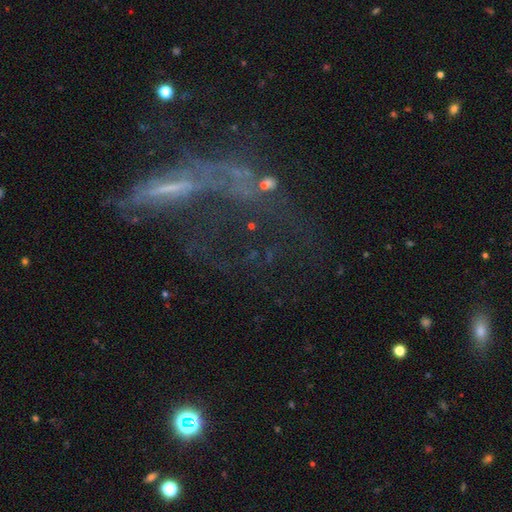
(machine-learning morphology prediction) Smooth or featured?
  - featured or disk: 52% *
  - star or artifact: 27%
  - smooth: 21%
Edge-on disk?
  - no: 76% *
  - yes: 24%
Merging?
  - major disturbance: 46% *
  - none: 28%
  - minor disturbance: 13%
  - merger: 12%